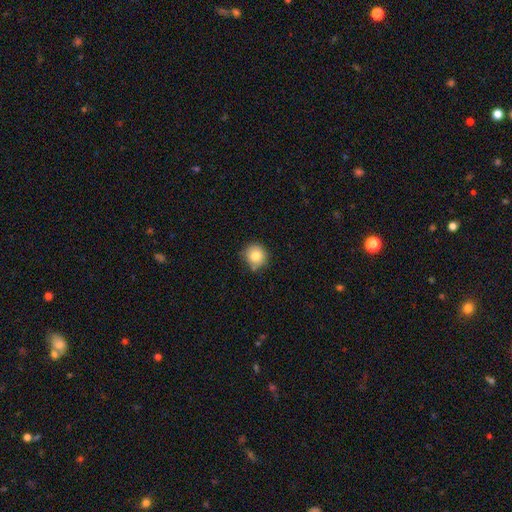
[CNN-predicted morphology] smooth-or-featured: smooth: 81% | featured or disk: 10% | star or artifact: 10%
  how-rounded: round: 91% | in between: 8% | cigar-shaped: 1%
  merging: none: 77% | minor disturbance: 17% | merger: 3% | major disturbance: 3%